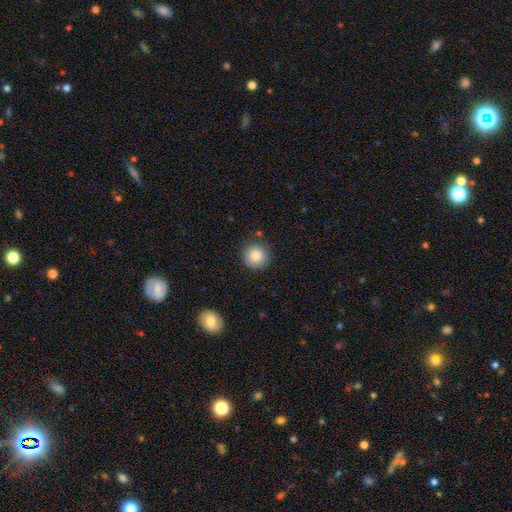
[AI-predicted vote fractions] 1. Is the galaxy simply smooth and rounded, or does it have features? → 84% smooth, 9% star or artifact, 7% featured or disk.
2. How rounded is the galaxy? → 94% round, 5% in between, 1% cigar-shaped.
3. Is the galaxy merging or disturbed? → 87% none, 8% minor disturbance, 2% major disturbance, 2% merger.